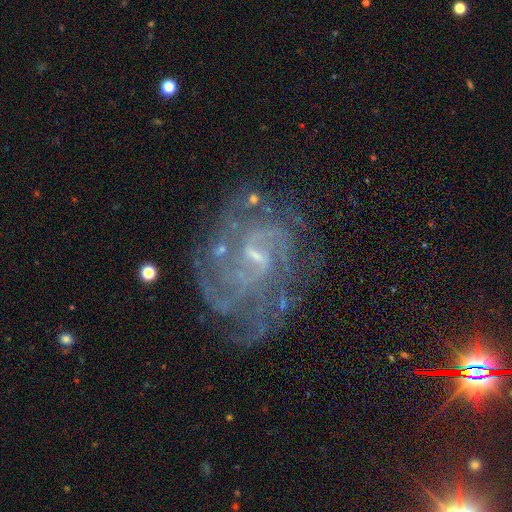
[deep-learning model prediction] The model was most divided on "spiral arm count": can't tell: 31%, 2: 17%, 3: 17%, 4: 16%, more than 4: 11%, 1: 8%. More confident: edge-on disk — no (98%); spiral arms — yes (96%); smooth or featured — featured or disk (83%); merging — none (72%); bulge size — small (68%); spiral winding — tight (59%); bar — weak (51%).